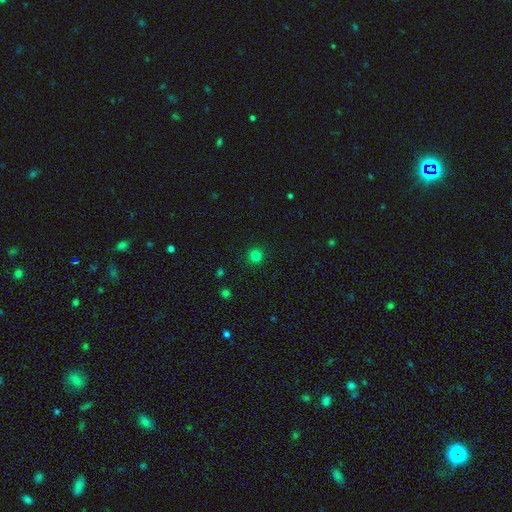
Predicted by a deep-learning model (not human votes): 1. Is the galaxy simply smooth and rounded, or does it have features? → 80% smooth, 16% star or artifact, 4% featured or disk.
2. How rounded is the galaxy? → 94% round, 5% in between, 1% cigar-shaped.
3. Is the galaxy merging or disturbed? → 91% none, 6% minor disturbance, 2% major disturbance, 1% merger.